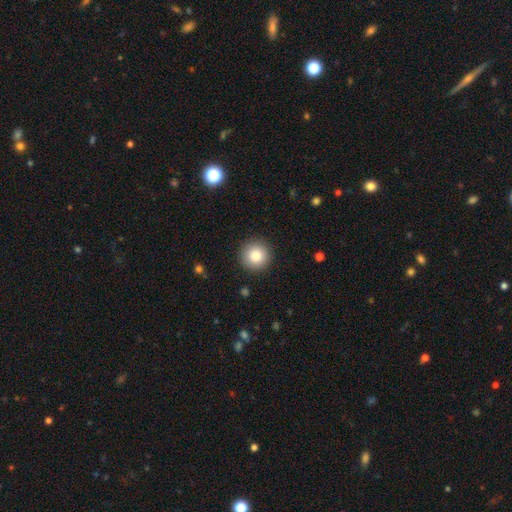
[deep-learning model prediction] Morphology: type=smooth (84%); roundness=round (96%); merging=none (91%).